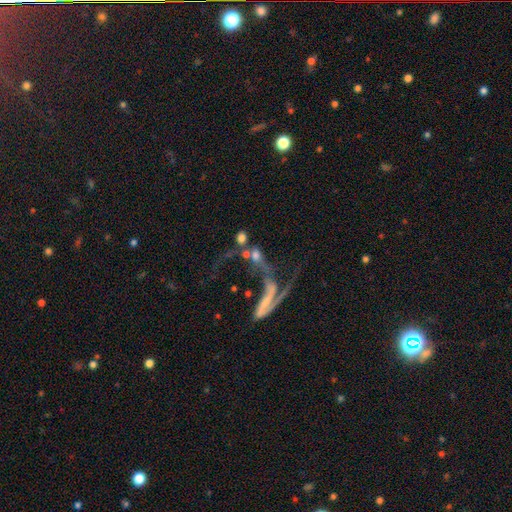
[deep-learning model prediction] smooth-or-featured: featured or disk: 44% | smooth: 41% | star or artifact: 15%
  merging: merger: 52% | none: 21% | major disturbance: 19% | minor disturbance: 8%